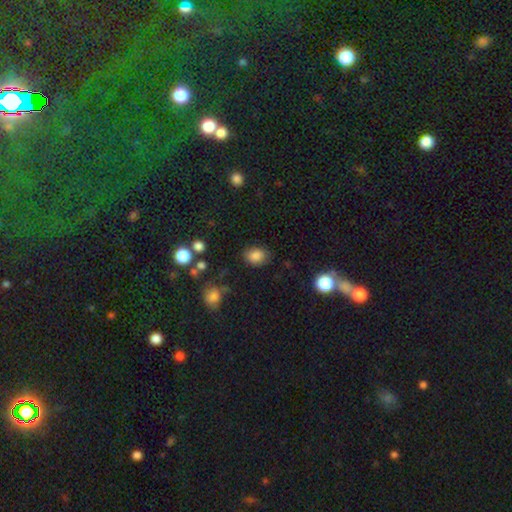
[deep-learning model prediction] smooth 83%, star or artifact 10%, featured or disk 6%. Down the decision tree: how rounded — in between (63%); merging — none (80%).